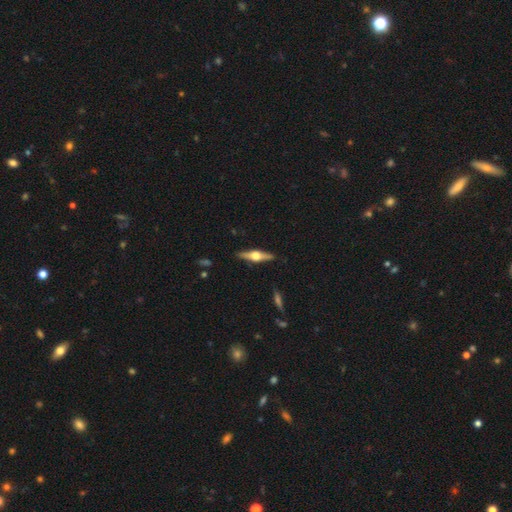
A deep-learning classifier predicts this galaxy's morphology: Smooth or featured? featured or disk (75%)
Edge-on disk? yes (97%)
Edge-on bulge? rounded (94%)
Merging? none (90%)